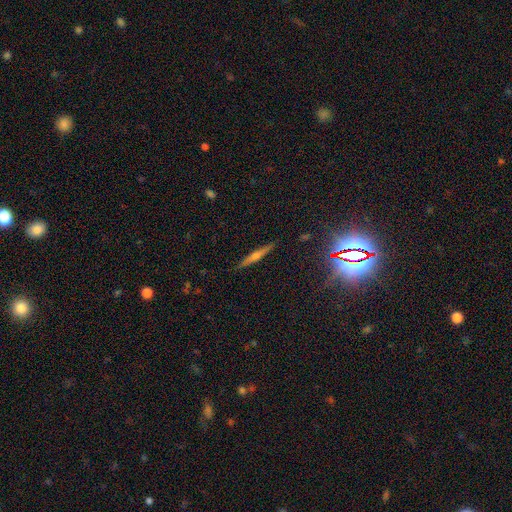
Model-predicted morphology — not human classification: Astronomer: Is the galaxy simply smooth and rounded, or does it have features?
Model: featured or disk — 62%.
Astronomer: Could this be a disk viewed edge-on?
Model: yes — 97%.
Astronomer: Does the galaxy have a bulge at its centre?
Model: rounded — 79%.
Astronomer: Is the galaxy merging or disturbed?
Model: none — 90%.